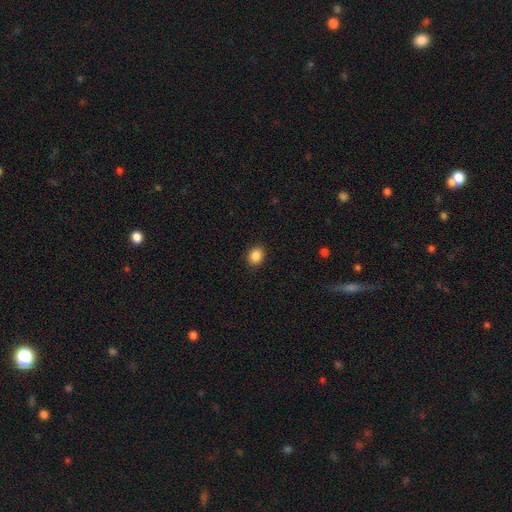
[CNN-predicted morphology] Smooth or featured?
  - smooth: 88% *
  - star or artifact: 9%
  - featured or disk: 3%
How rounded?
  - round: 51% *
  - in between: 48%
  - cigar-shaped: 1%
Merging?
  - none: 91% *
  - minor disturbance: 6%
  - major disturbance: 2%
  - merger: 1%